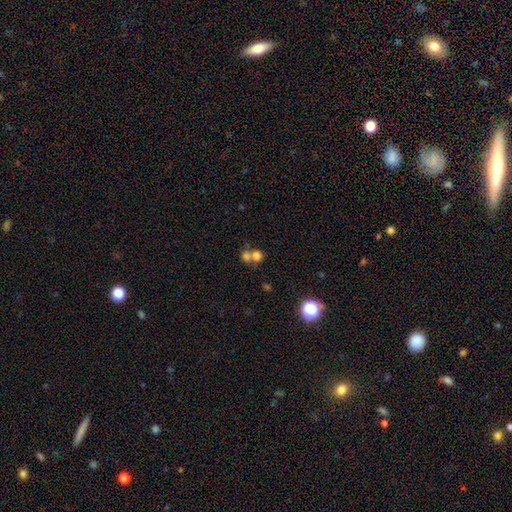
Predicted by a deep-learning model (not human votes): Morphology: type=smooth (72%); roundness=round (79%); merging=merger (56%).